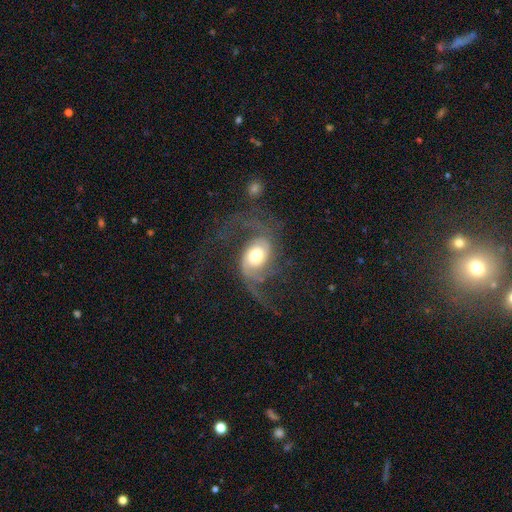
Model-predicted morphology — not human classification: This is clearly a featured or disk galaxy (83%). It is clearly not viewed edge-on (97%). Bar: likely no (64%). Spiral arm pattern: clearly yes (95%). Spiral arm count: clearly 2 (85%). Spiral winding: possibly loose (55%). Central bulge: likely moderate (60%). Merging: possibly none (51%).